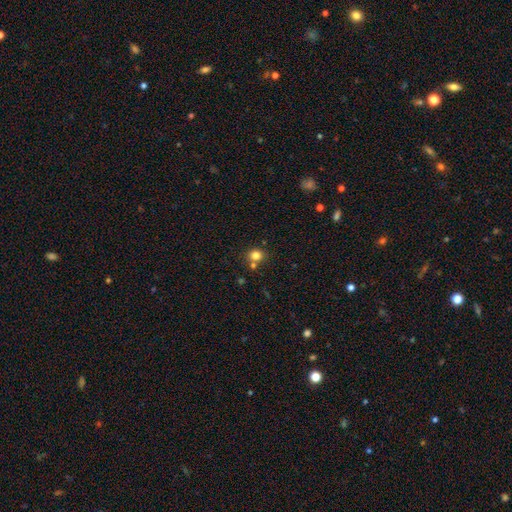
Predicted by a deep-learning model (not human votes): A smooth galaxy with no disk features (80%) that is round (77%). Merging: none (67%).